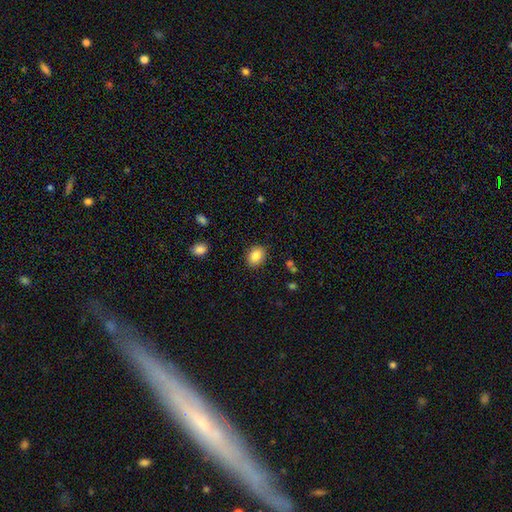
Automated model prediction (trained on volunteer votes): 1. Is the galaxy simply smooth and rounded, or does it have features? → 85% smooth, 9% star or artifact, 6% featured or disk.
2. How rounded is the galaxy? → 67% in between, 32% round, 1% cigar-shaped.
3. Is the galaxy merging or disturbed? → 87% none, 9% minor disturbance, 3% major disturbance, 1% merger.